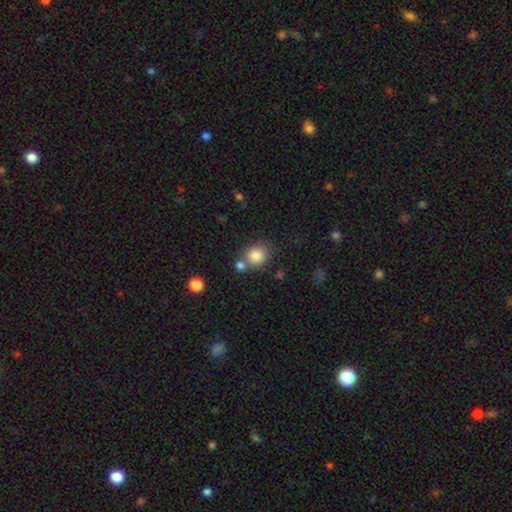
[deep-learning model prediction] Overall: smooth (84%). How rounded: round (79%). Merging: none (63%).